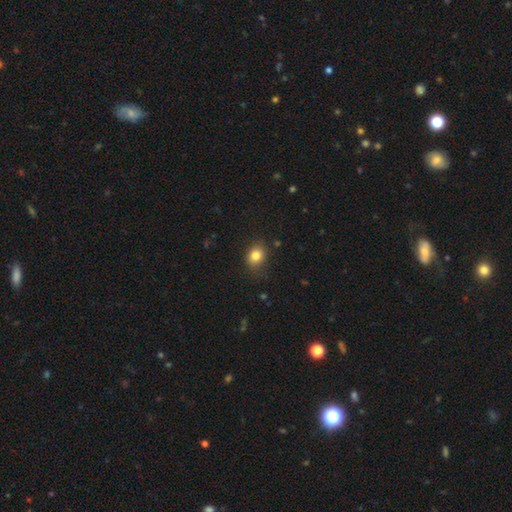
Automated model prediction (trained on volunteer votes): A smooth galaxy with no disk features (82%) that is round (51%).

Vote fractions:
- Smooth or featured? smooth: 82% / star or artifact: 11% / featured or disk: 7%
- How rounded? round: 51% / in between: 48% / cigar-shaped: 1%
- Merging? none: 80% / minor disturbance: 15% / major disturbance: 4% / merger: 1%